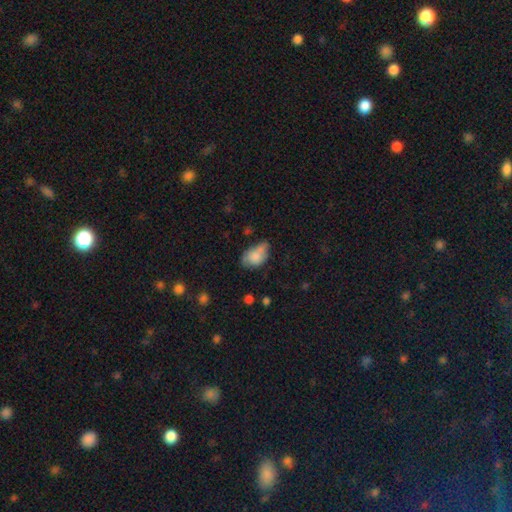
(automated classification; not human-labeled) Smooth or featured: smooth — 77% (featured or disk — 15%)
How rounded: in between — 87% (round — 12%)
Merging: none — 39% (minor disturbance — 38%)